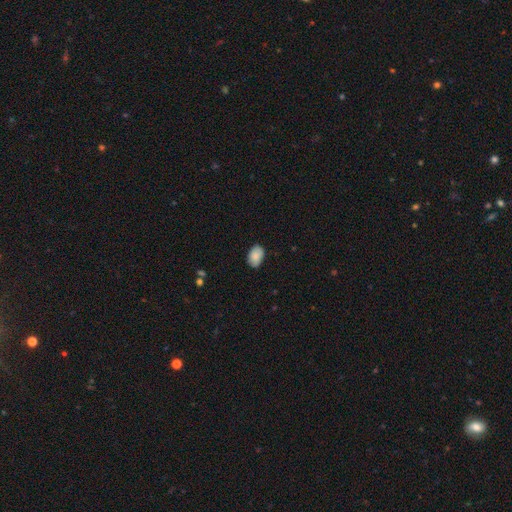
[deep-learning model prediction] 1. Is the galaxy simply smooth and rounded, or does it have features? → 87% smooth, 7% star or artifact, 6% featured or disk.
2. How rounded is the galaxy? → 87% in between, 12% round, 1% cigar-shaped.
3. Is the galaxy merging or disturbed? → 78% none, 18% minor disturbance, 3% major disturbance, 1% merger.